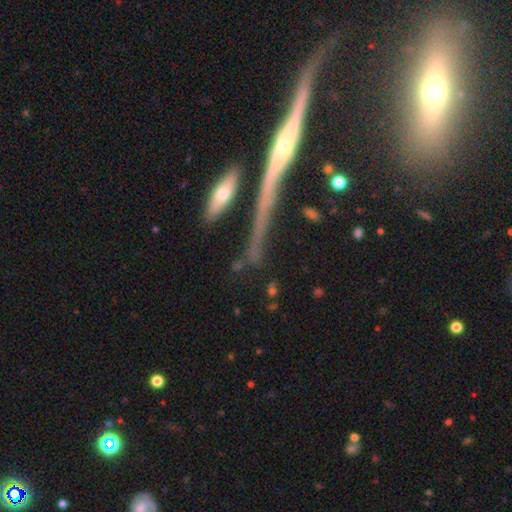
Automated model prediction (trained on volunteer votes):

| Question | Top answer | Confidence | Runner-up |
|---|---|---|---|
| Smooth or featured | smooth | 44% | featured or disk (38%) |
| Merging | none | 64% | minor disturbance (15%) |